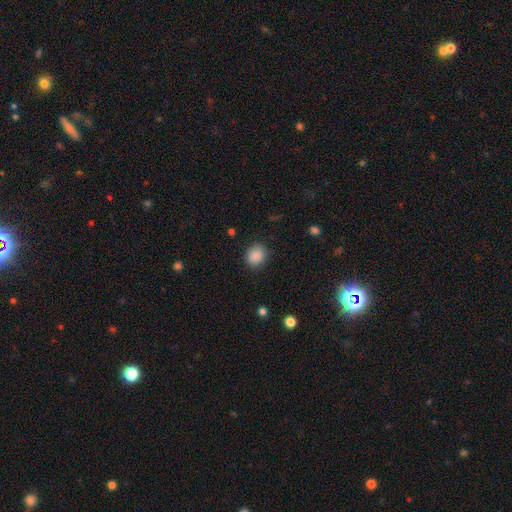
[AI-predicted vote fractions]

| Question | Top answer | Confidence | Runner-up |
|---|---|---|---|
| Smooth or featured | smooth | 88% | star or artifact (9%) |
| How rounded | round | 76% | in between (23%) |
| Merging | none | 87% | minor disturbance (9%) |